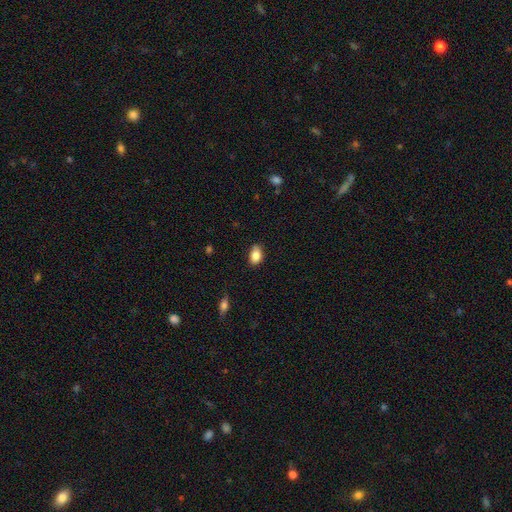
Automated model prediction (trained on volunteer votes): This is clearly a smooth galaxy (85%). How rounded: clearly in between (86%). Merging: likely none (78%).